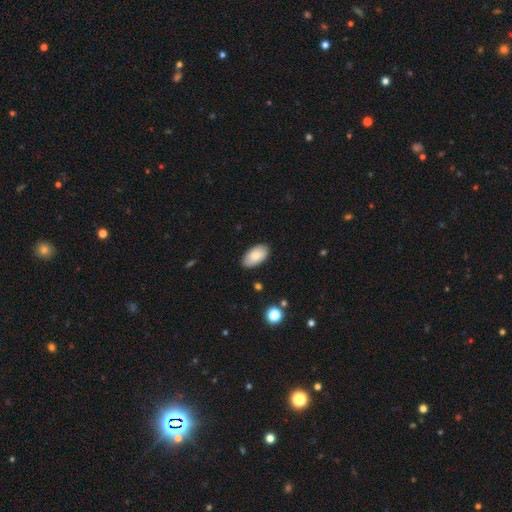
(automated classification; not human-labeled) The model was most divided on "smooth or featured": smooth: 83%, featured or disk: 10%, star or artifact: 7%. More confident: how rounded — in between (95%); merging — none (86%).